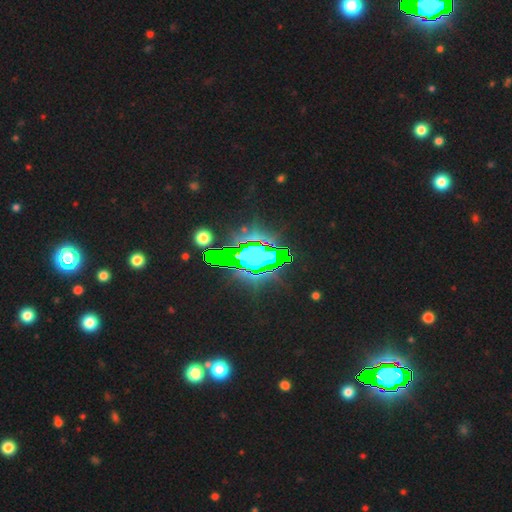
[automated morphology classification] Smooth or featured? Predicted: star or artifact (p=0.69).